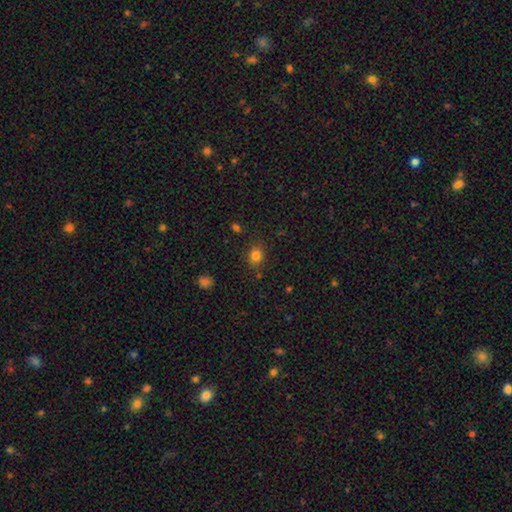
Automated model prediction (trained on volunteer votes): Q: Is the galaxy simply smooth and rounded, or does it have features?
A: smooth — 81%.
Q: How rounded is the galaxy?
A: round — 62%.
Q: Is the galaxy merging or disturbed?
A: none — 81%.